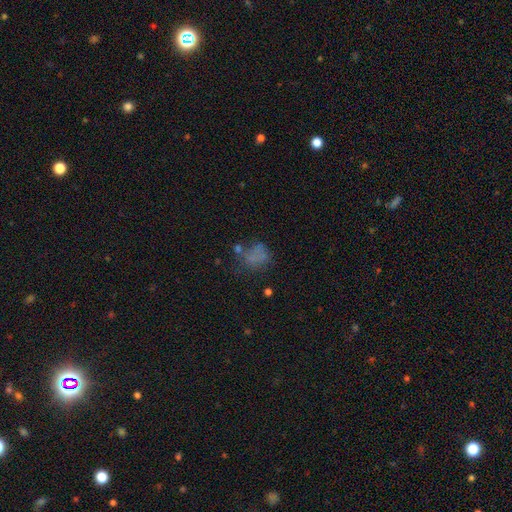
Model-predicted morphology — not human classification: This is possibly a smooth galaxy (55%). How rounded: possibly round (49%, tied with in between). Merging: marginally none (44%).